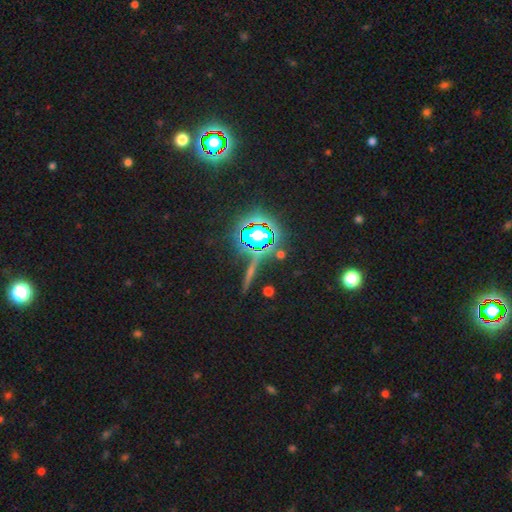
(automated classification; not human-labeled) This is clearly a star or artifact rather than a galaxy (85%).